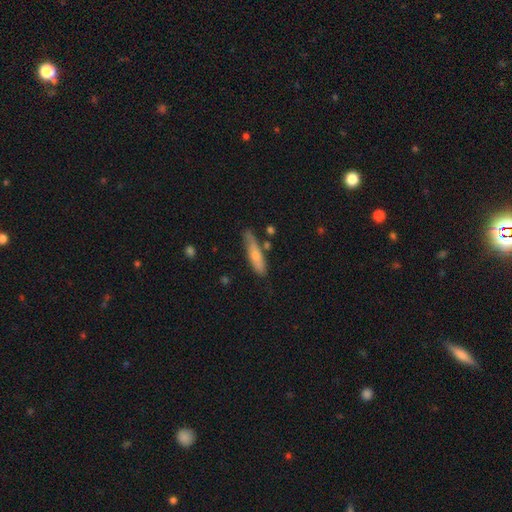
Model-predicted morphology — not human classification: type=smooth (68%); roundness=cigar-shaped (76%); merging=none (67%).